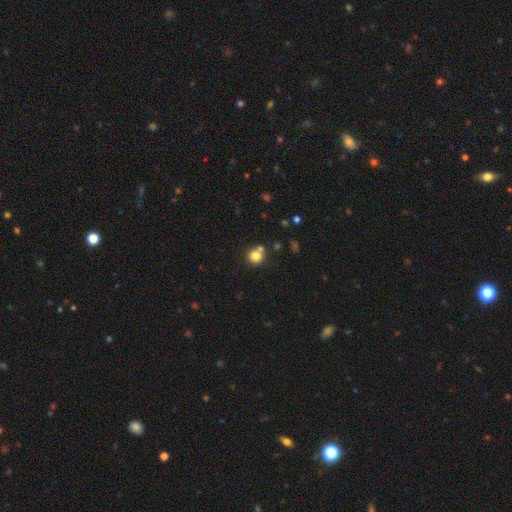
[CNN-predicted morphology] Overall: smooth (80%). How rounded: round (91%). Merging: none (65%).